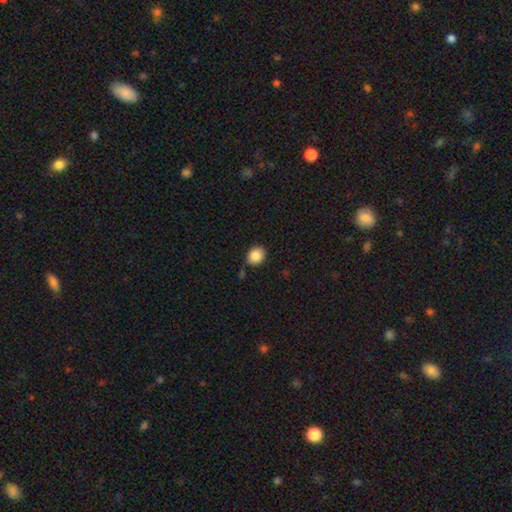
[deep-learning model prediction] smooth 88%, star or artifact 8%, featured or disk 4%. Down the decision tree: how rounded — round (53%); merging — none (79%).